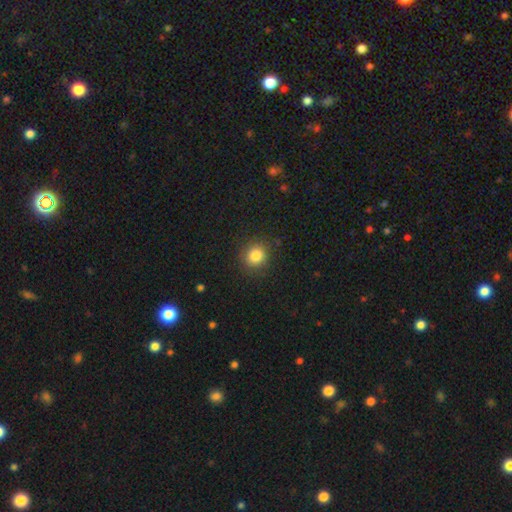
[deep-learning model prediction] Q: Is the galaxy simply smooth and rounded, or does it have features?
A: smooth — 83%.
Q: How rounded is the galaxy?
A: round — 87%.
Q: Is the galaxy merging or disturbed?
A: none — 88%.